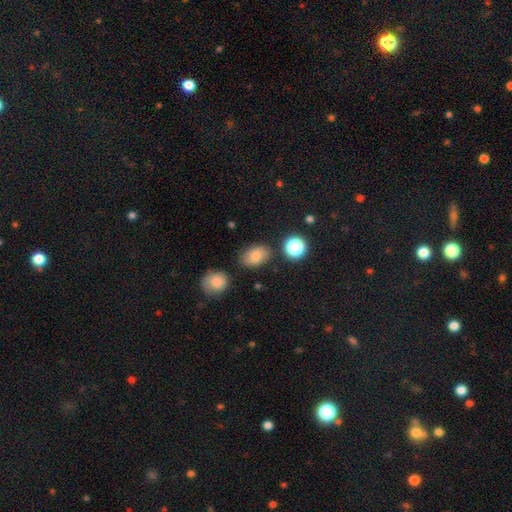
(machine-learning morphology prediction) Smooth or featured: smooth — 76% (star or artifact — 12%)
How rounded: in between — 79% (round — 20%)
Merging: none — 78% (minor disturbance — 14%)